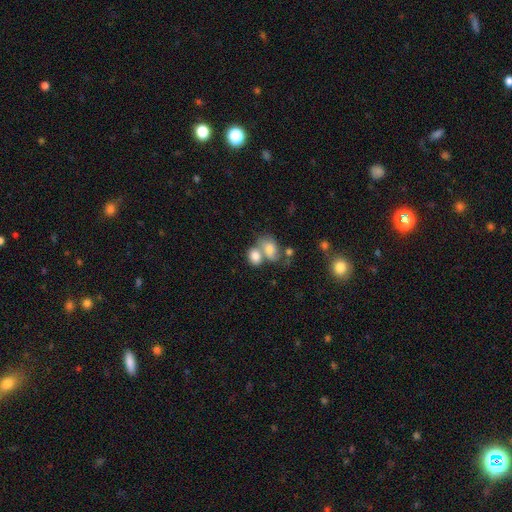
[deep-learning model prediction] A smooth galaxy with no disk features (77%) that is in between round and cigar-shaped (67%).

Vote fractions:
- Smooth or featured? smooth: 77% / featured or disk: 15% / star or artifact: 9%
- How rounded? in between: 67% / round: 31% / cigar-shaped: 1%
- Merging? merger: 59% / none: 26% / minor disturbance: 10% / major disturbance: 6%